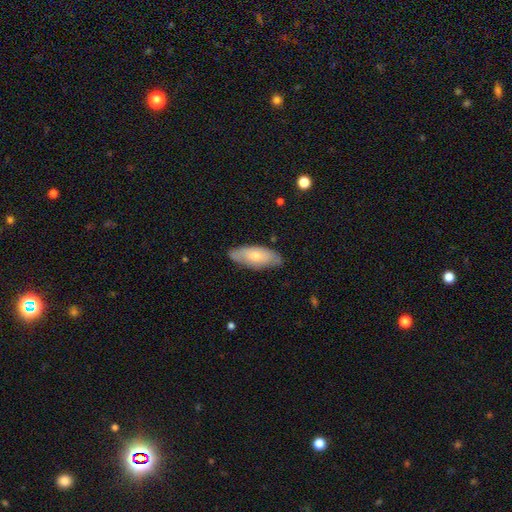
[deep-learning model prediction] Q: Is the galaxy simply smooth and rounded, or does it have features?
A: smooth — 60%.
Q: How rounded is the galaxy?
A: in between — 82%.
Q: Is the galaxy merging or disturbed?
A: none — 75%.